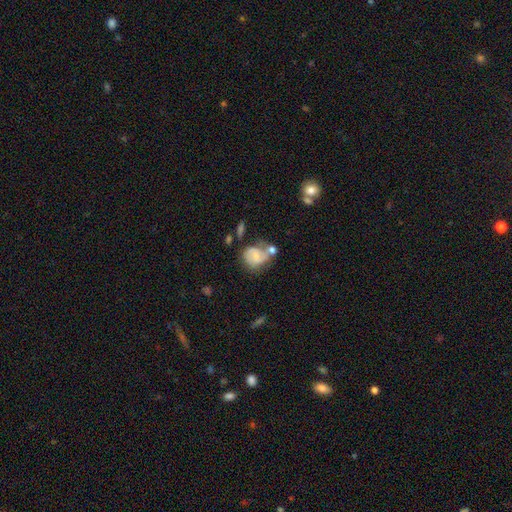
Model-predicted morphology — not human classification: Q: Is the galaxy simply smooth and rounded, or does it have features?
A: featured or disk — 50%.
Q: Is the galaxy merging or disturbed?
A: none — 35%.